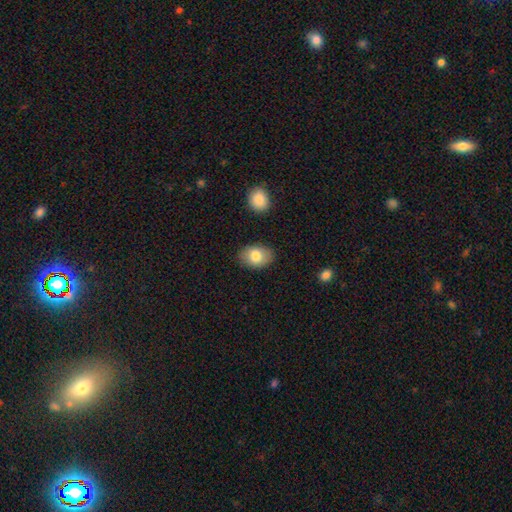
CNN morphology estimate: A smooth galaxy with no disk features (80%) that is in between round and cigar-shaped (83%). Merging: none (85%).